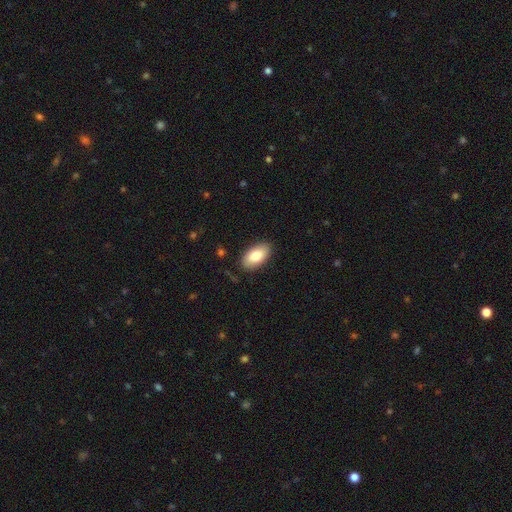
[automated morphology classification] A smooth galaxy with no disk features (82%) that is in between round and cigar-shaped (94%). Merging: none (86%).